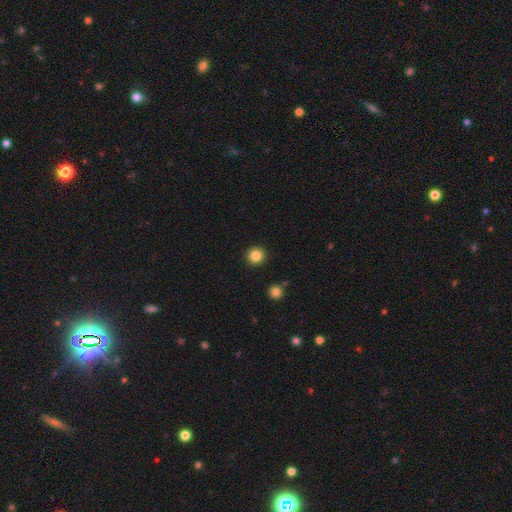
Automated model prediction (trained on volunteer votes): A smooth galaxy with no disk features (85%) that is round (92%).

Vote fractions:
- Smooth or featured? smooth: 85% / star or artifact: 10% / featured or disk: 5%
- How rounded? round: 92% / in between: 7% / cigar-shaped: 1%
- Merging? none: 92% / minor disturbance: 5% / major disturbance: 2% / merger: 2%